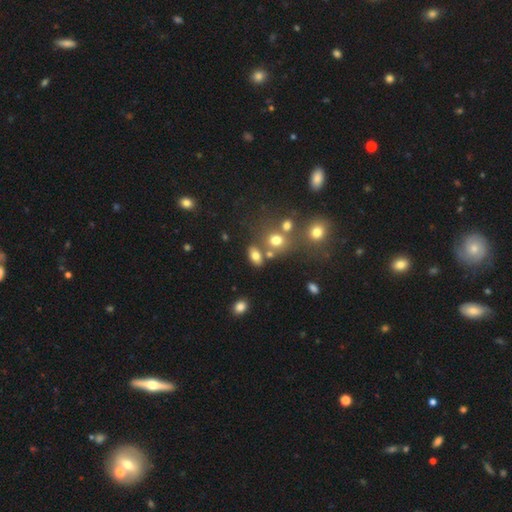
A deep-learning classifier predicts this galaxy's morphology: Smooth or featured?
  - smooth: 73% *
  - star or artifact: 14%
  - featured or disk: 13%
How rounded?
  - in between: 80% *
  - round: 16%
  - cigar-shaped: 4%
Merging?
  - none: 64% *
  - merger: 19%
  - minor disturbance: 13%
  - major disturbance: 5%